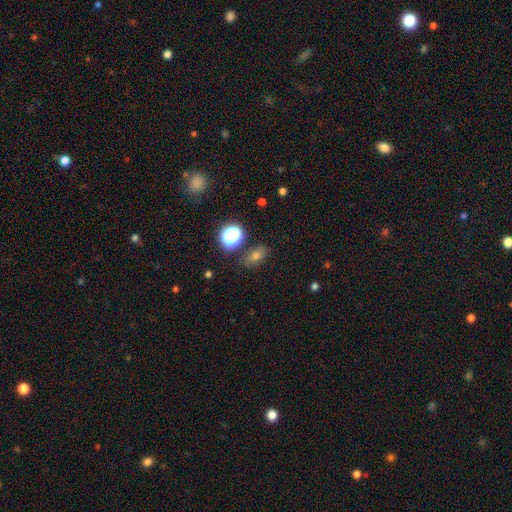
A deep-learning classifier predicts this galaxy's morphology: type=smooth (55%); roundness=in between (67%); merging=none (81%).